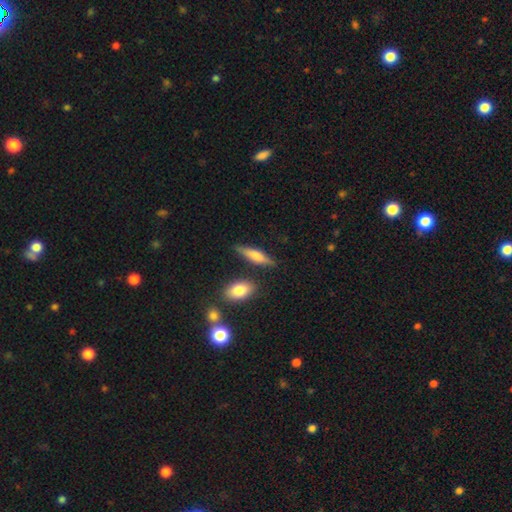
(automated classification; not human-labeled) This is possibly a smooth galaxy (55%). How rounded: likely cigar-shaped (68%). Merging: likely none (79%).